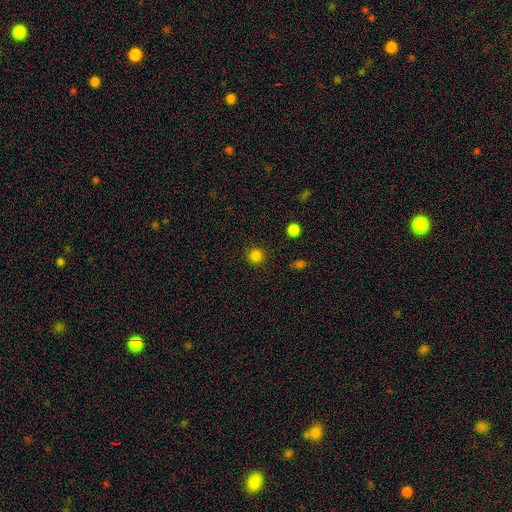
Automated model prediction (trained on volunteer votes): A smooth galaxy with no disk features (83%) that is round (95%). Merging: none (90%).